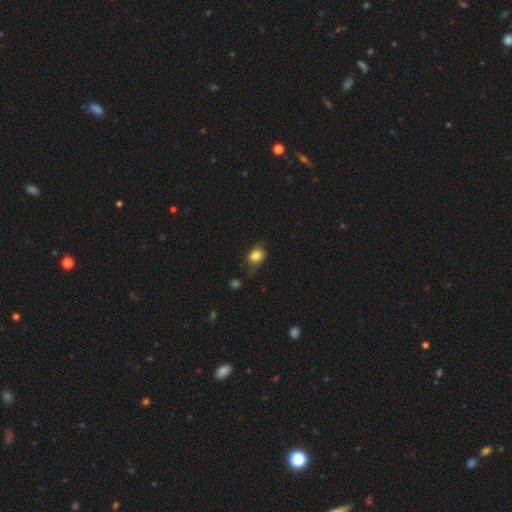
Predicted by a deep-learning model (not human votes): A smooth galaxy with no disk features (83%) that is in between round and cigar-shaped (53%). Merging: none (59%).